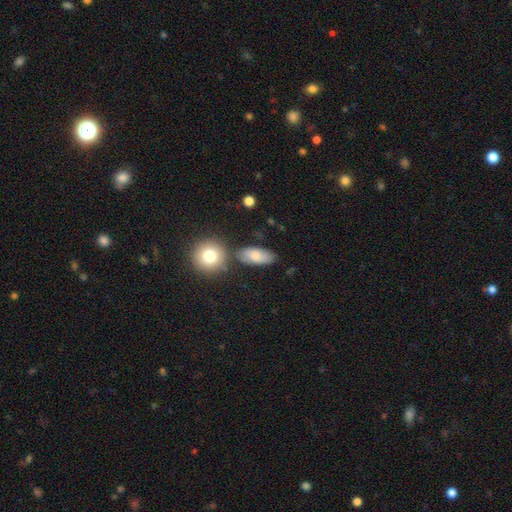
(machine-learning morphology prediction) smooth 76%, featured or disk 16%, star or artifact 7%. Down the decision tree: how rounded — in between (84%); merging — none (72%).